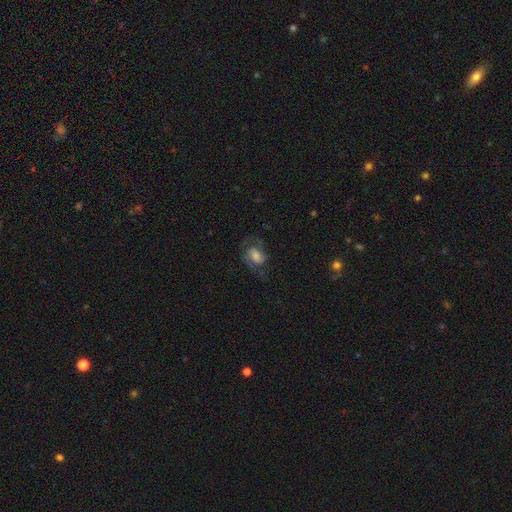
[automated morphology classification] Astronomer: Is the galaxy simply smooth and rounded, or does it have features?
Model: featured or disk — 57% (runner-up: smooth, 32%).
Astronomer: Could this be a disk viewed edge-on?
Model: no — 97%.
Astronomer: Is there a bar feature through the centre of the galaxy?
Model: no — 56% (runner-up: weak, 36%).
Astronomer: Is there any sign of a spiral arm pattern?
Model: yes — 85%.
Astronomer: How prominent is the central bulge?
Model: moderate — 39% (runner-up: large, 28%).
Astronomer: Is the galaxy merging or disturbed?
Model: none — 59%.